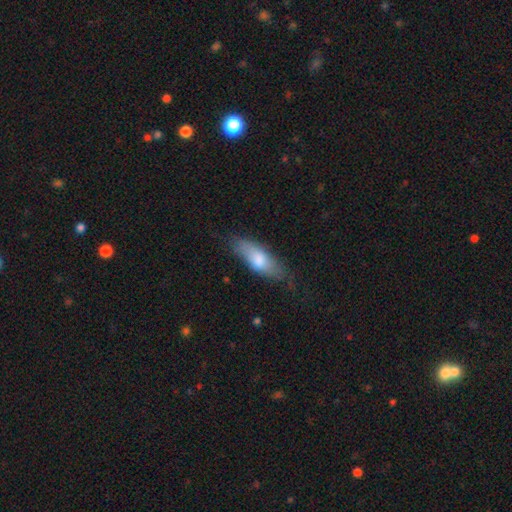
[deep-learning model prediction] Q: Smooth or featured?
A: smooth (68%); runner-up: featured or disk (25%)
Q: How rounded?
A: in between (57%); runner-up: cigar-shaped (40%)
Q: Merging?
A: none (68%); runner-up: minor disturbance (24%)